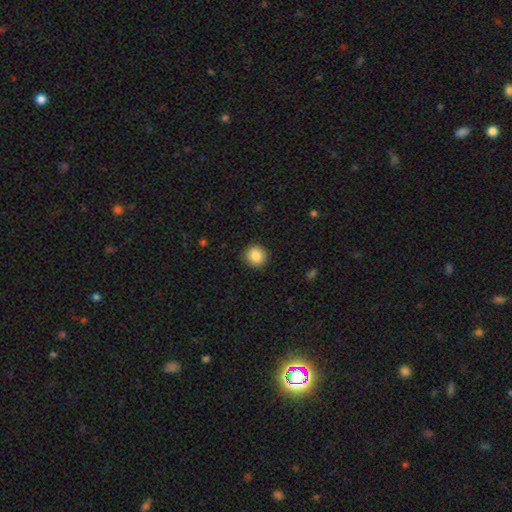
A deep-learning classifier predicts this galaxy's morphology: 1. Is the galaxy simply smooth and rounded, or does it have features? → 87% smooth, 8% star or artifact, 5% featured or disk.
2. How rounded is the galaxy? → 92% round, 7% in between, 1% cigar-shaped.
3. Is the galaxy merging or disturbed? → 91% none, 6% minor disturbance, 2% major disturbance, 1% merger.